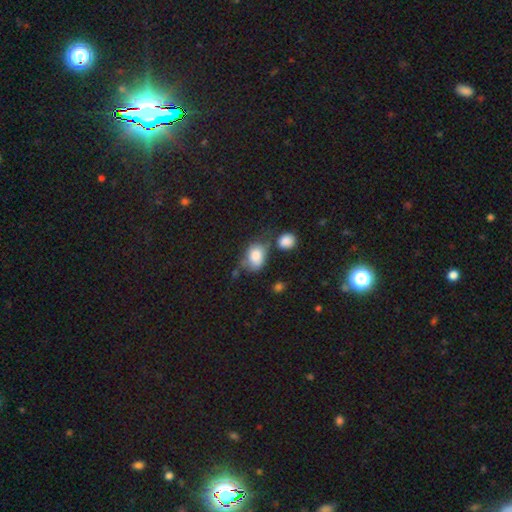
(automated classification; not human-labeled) smooth_or_featured: smooth (p=0.81) [alt: featured or disk p=0.11]
how_rounded: in between (p=0.65) [alt: round p=0.34]
merging: none (p=0.43) [alt: minor disturbance p=0.26]